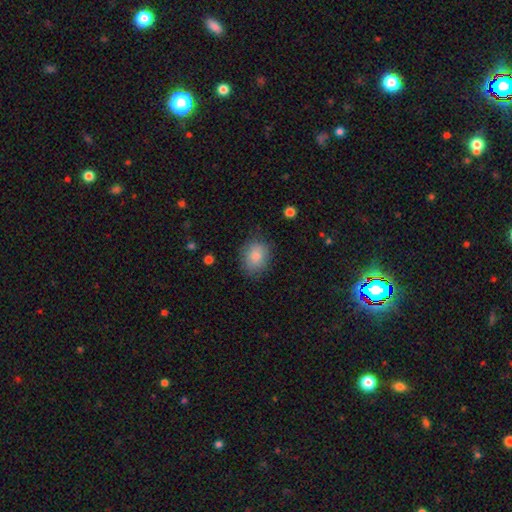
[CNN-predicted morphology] Smooth or featured? Predicted: smooth (p=0.84). How rounded? Predicted: round (p=0.50). Merging? Predicted: none (p=0.83).